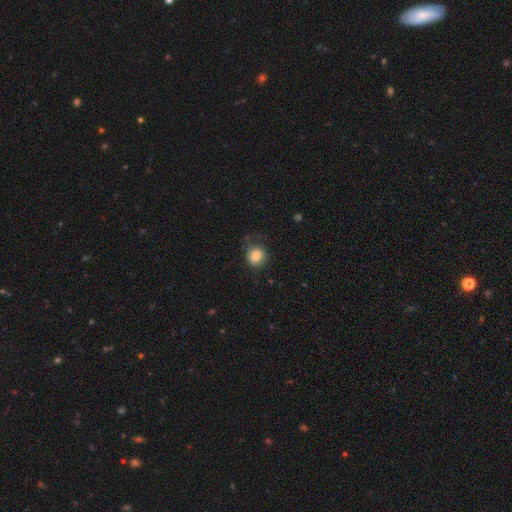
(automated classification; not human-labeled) Q: Smooth or featured?
A: smooth (78%); runner-up: featured or disk (13%)
Q: How rounded?
A: round (80%); runner-up: in between (19%)
Q: Merging?
A: none (63%); runner-up: minor disturbance (22%)